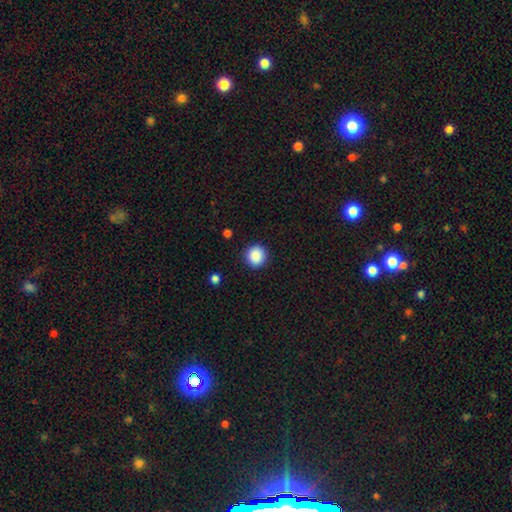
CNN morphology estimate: Smooth or featured? smooth (88%)
How rounded? round (93%)
Merging? none (91%)